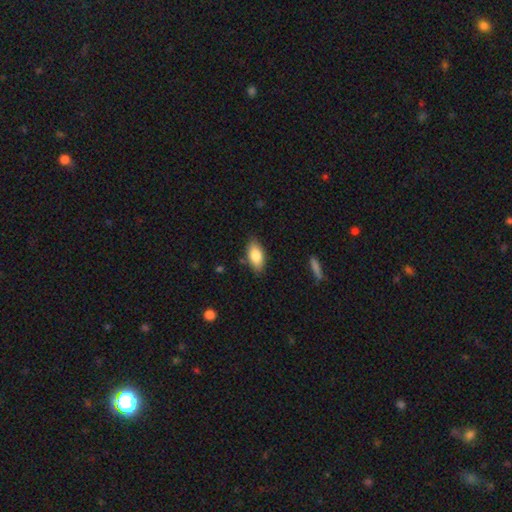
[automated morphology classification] This appears to be a smooth galaxy with no disk features (82%) that is in between round and cigar-shaped (90%). Merging: none (82%).